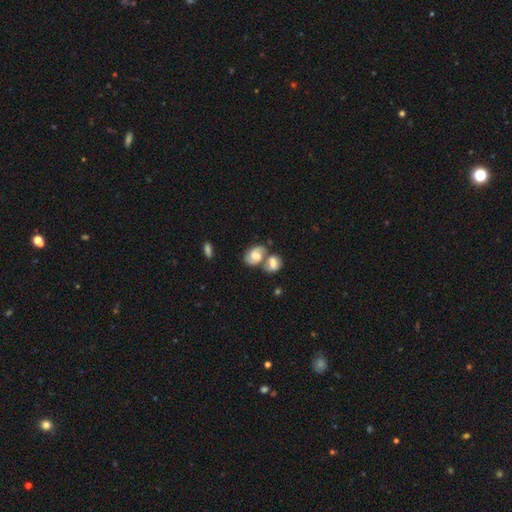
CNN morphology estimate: Overall: smooth (46%, tied with featured or disk). Merging: merger (53%; none 29%).